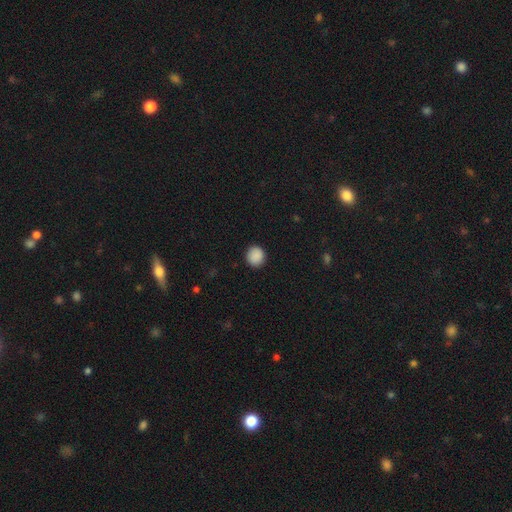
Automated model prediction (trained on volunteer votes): smooth 89%, star or artifact 8%, featured or disk 3%. Down the decision tree: how rounded — round (86%); merging — none (90%).